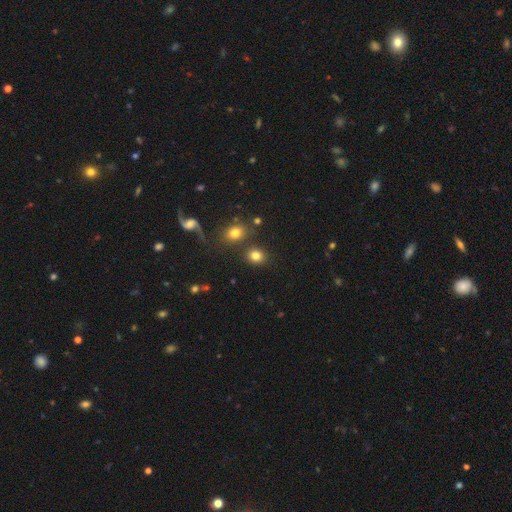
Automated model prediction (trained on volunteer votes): Smooth or featured: smooth — 80% (star or artifact — 12%)
How rounded: round — 69% (in between — 30%)
Merging: none — 79% (minor disturbance — 9%)